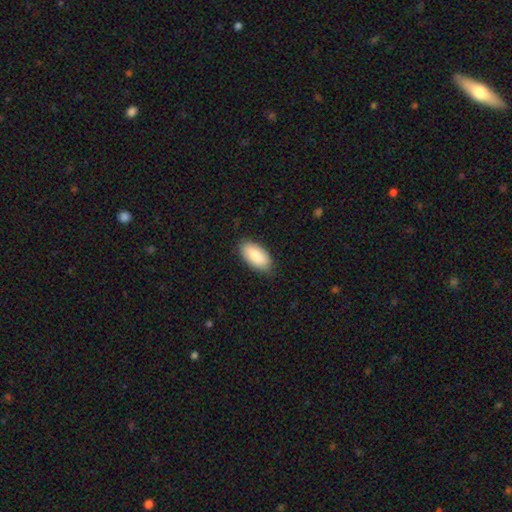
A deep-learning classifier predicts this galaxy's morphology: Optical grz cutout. It shows a smooth galaxy with no disk features (85%) that is in between round and cigar-shaped (94%). Merging: none (84%).